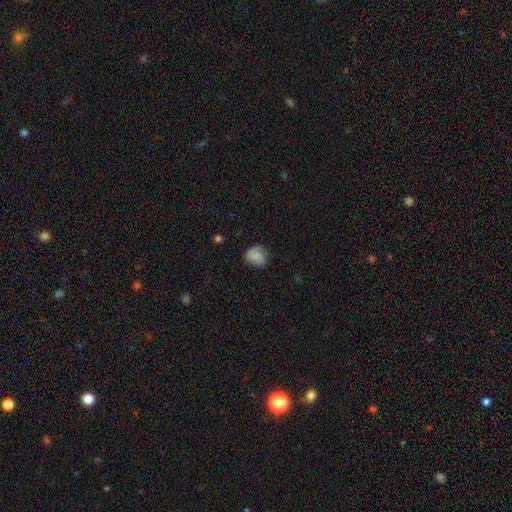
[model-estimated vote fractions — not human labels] Q: Smooth or featured?
A: smooth (73%); runner-up: featured or disk (18%)
Q: How rounded?
A: round (58%); runner-up: in between (41%)
Q: Merging?
A: none (63%); runner-up: minor disturbance (27%)